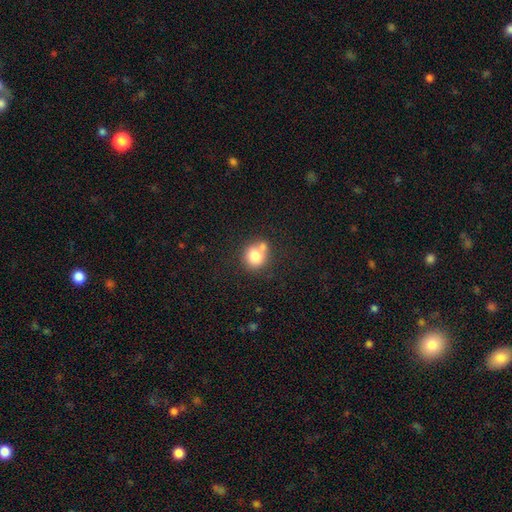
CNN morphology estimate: The model was most divided on "merging": none: 54%, merger: 31%, minor disturbance: 11%, major disturbance: 4%. More confident: how rounded — round (83%); smooth or featured — smooth (78%).